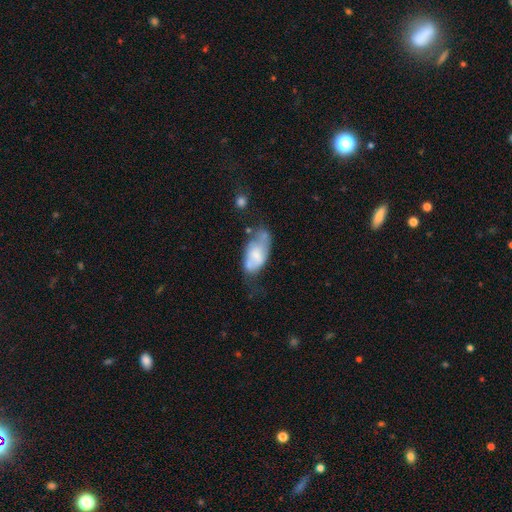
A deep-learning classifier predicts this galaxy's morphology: Q: Smooth or featured?
A: smooth (54%); runner-up: featured or disk (38%)
Q: How rounded?
A: in between (92%); runner-up: round (4%)
Q: Merging?
A: minor disturbance (30%); runner-up: none (29%)